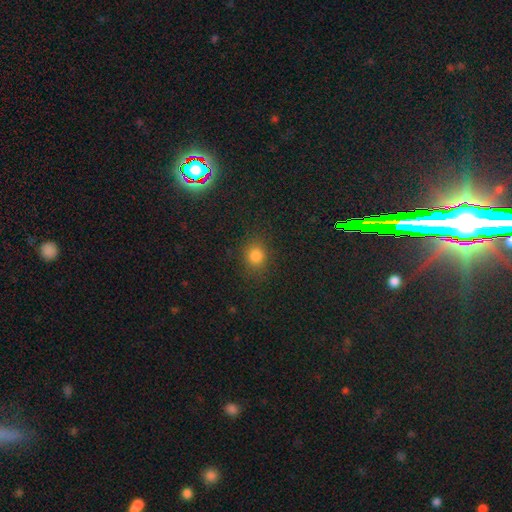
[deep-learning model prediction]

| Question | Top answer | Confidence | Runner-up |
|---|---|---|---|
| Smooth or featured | smooth | 79% | star or artifact (15%) |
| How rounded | round | 75% | in between (24%) |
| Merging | none | 86% | minor disturbance (9%) |